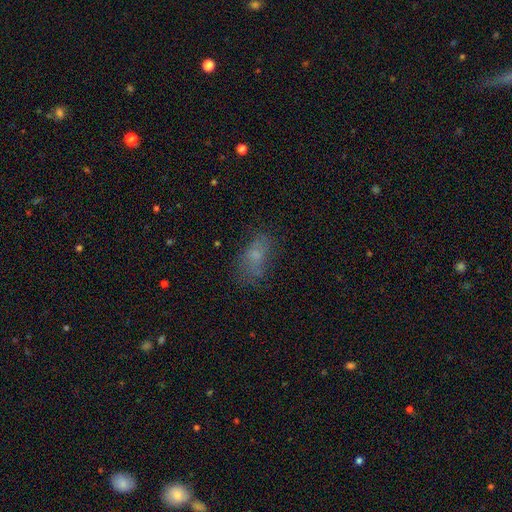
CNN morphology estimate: Smooth or featured?
  - smooth: 63% *
  - featured or disk: 22%
  - star or artifact: 15%
How rounded?
  - in between: 86% *
  - round: 8%
  - cigar-shaped: 6%
Merging?
  - none: 56% *
  - minor disturbance: 25%
  - major disturbance: 17%
  - merger: 3%